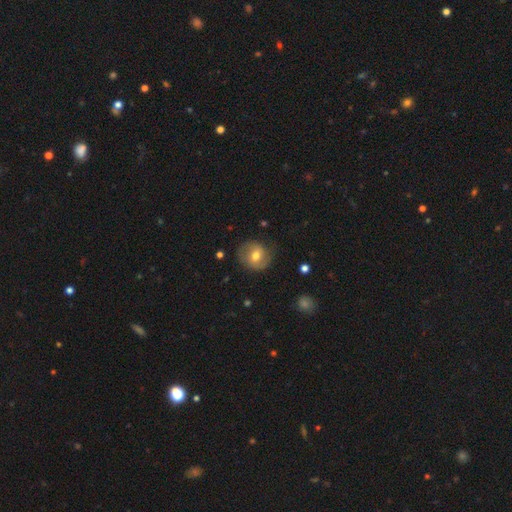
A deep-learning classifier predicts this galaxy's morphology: Smooth or featured: smooth — 53% (featured or disk — 40%)
How rounded: round — 80% (in between — 19%)
Merging: none — 75% (minor disturbance — 18%)